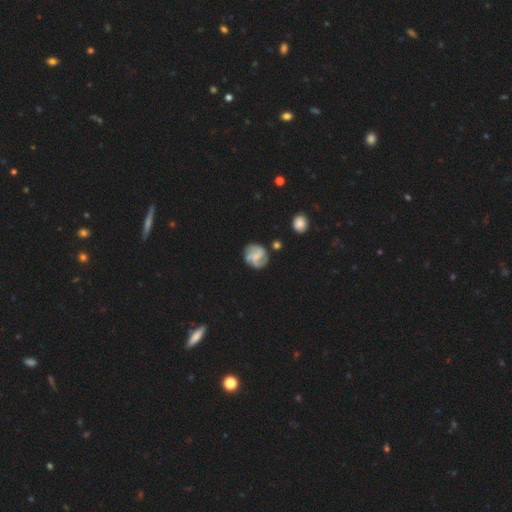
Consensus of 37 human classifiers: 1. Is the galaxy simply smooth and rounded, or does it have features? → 54% featured or disk, 38% smooth, 8% star or artifact.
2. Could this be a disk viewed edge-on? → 100% no, 0% yes.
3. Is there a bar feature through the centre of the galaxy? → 85% no, 15% weak, 0% strong.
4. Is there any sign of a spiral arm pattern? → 80% yes, 20% no.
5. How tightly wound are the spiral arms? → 44% medium, 38% tight, 19% loose.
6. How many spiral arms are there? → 56% 3, 19% 2, 19% can't tell, 6% 4, 0% 1, 0% more than 4.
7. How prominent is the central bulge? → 55% none, 25% moderate, 15% small, 5% dominant, 0% large.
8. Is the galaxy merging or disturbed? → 71% none, 18% minor disturbance, 6% major disturbance, 6% merger.